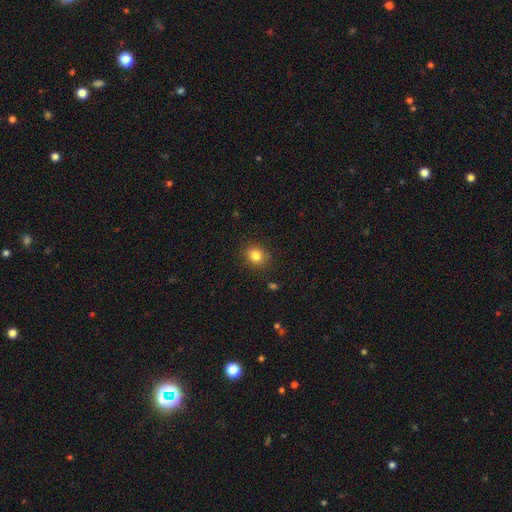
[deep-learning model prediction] smooth 84%, star or artifact 11%, featured or disk 6%. Down the decision tree: how rounded — round (69%); merging — none (86%).